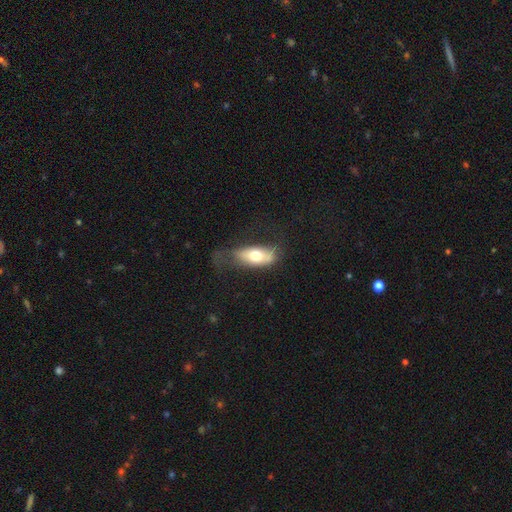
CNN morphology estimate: Smooth or featured? smooth (64%)
How rounded? in between (80%)
Merging? none (40%)